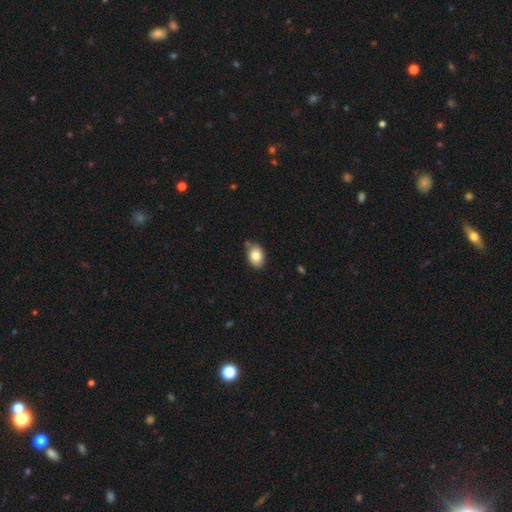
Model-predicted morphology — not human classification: Overall: smooth (82%). How rounded: in between (79%). Merging: none (79%).